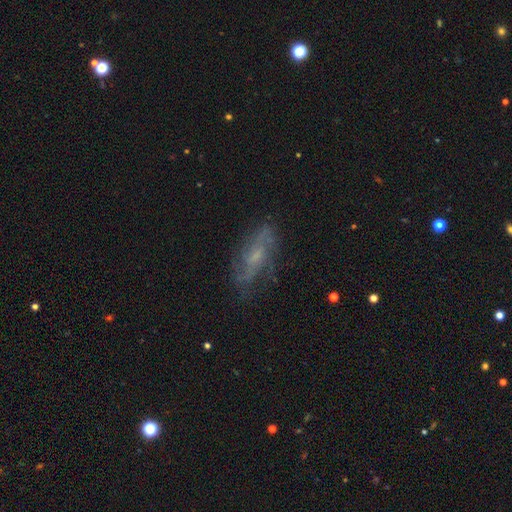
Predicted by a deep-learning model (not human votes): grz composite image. It shows a featured or disk galaxy (65%) with no bar (61%), spiral arms (81%) and a small central bulge (52%). Merging: none (72%).